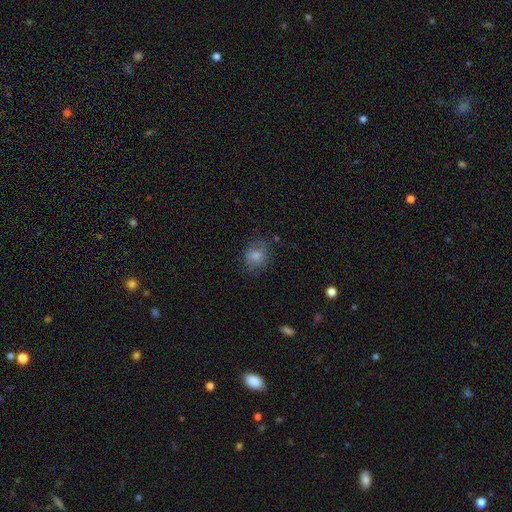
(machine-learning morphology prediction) Smooth or featured? smooth (79%)
How rounded? round (65%)
Merging? none (69%)